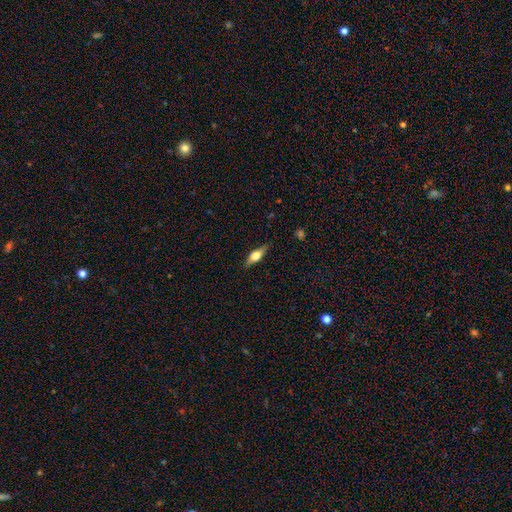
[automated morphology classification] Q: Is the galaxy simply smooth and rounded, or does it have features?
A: smooth — 48%.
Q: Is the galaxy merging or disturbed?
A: none — 84%.